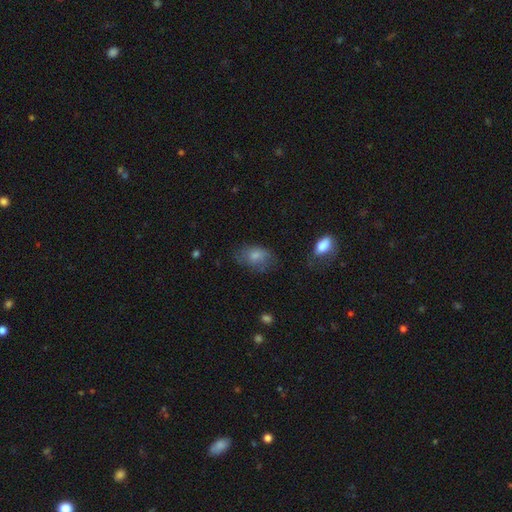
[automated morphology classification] The model was most divided on "merging": none: 58%, minor disturbance: 27%, major disturbance: 13%, merger: 2%. More confident: how rounded — in between (85%); smooth or featured — smooth (74%).